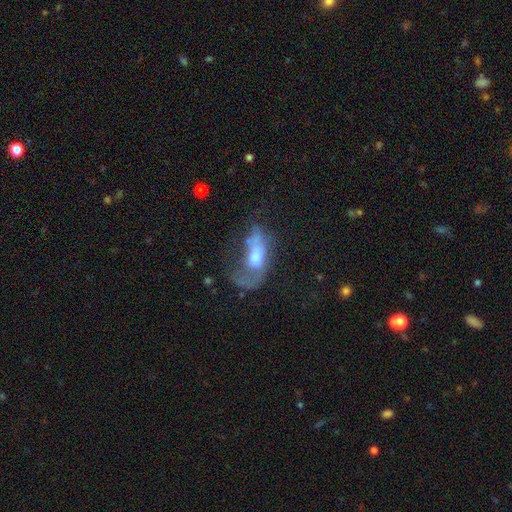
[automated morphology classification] smooth-or-featured: featured or disk: 53% | smooth: 37% | star or artifact: 10%
  disk-edge-on: no: 89% | yes: 11%
  merging: major disturbance: 49% | none: 26% | minor disturbance: 19% | merger: 7%